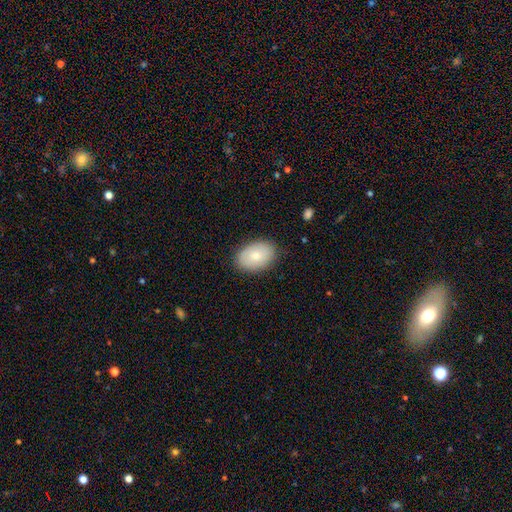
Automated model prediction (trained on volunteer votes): smooth 75%, featured or disk 19%, star or artifact 7%. Down the decision tree: how rounded — in between (85%); merging — none (84%).